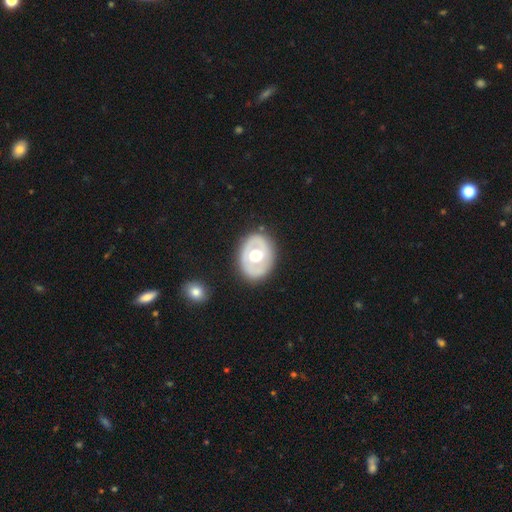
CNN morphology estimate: Smooth or featured: featured or disk — 57% (smooth — 38%)
Edge-on disk: no — 93% (yes — 7%)
Bar: no — 85% (weak — 11%)
Spiral arms: no — 85% (yes — 15%)
Bulge size: moderate — 55% (large — 39%)
Merging: none — 83% (minor disturbance — 12%)